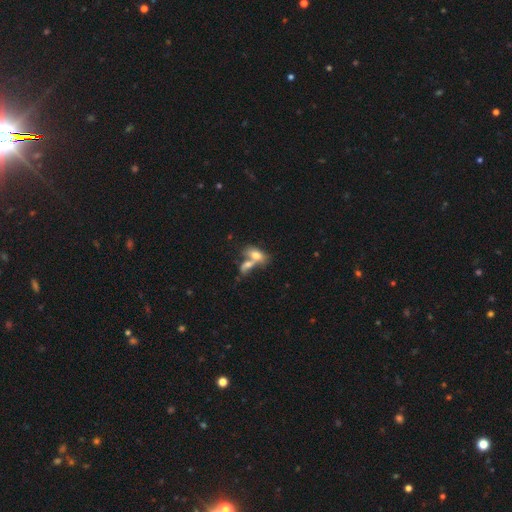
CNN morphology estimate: This is likely a smooth galaxy (68%). How rounded: clearly in between (85%). Merging: likely merger (61%).